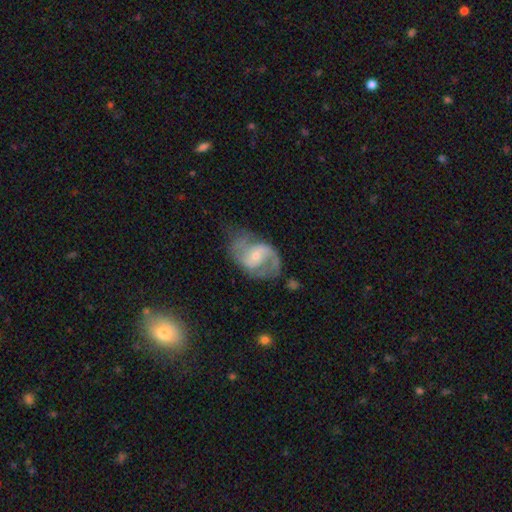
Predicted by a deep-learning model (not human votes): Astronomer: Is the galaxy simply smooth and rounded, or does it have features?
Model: featured or disk — 80%.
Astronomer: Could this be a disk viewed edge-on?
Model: no — 97%.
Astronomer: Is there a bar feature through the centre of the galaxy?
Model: no — 43% (runner-up: weak, 42%).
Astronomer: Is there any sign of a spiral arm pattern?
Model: yes — 91%.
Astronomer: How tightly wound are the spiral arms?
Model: medium — 50% (runner-up: loose, 31%).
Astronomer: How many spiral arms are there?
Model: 2 — 79%.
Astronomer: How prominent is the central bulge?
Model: small — 59% (runner-up: moderate, 36%).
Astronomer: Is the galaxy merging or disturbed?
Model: none — 50%.